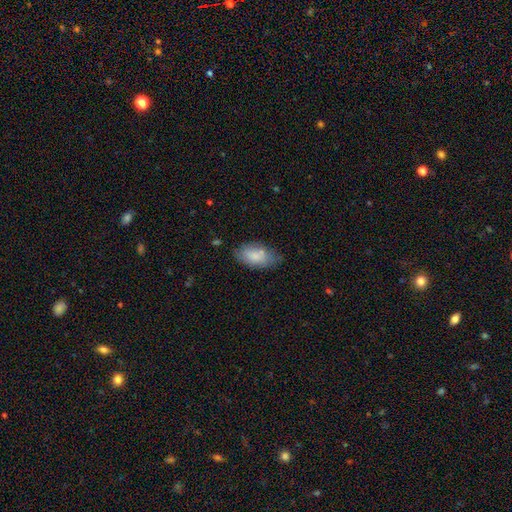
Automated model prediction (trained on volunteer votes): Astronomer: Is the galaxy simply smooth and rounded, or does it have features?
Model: smooth — 81%.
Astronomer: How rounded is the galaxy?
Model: in between — 94%.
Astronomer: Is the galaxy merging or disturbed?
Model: none — 62%.